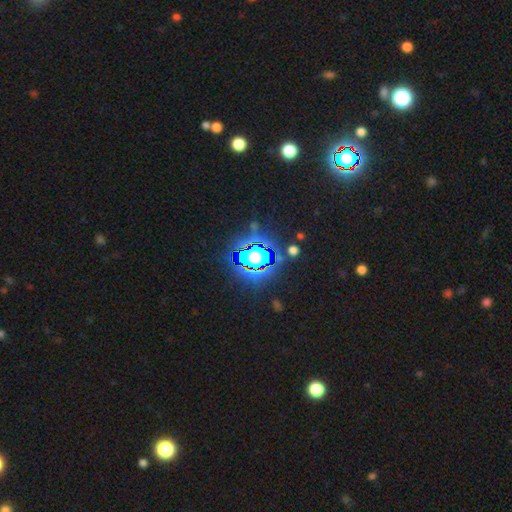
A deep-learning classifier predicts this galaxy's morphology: This is likely a star or artifact rather than a galaxy (78%).